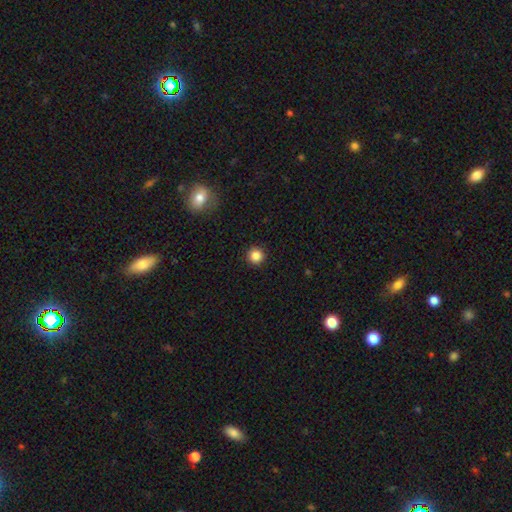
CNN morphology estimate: This appears to be a smooth galaxy with no disk features (85%) that is round (96%). Merging: none (92%).